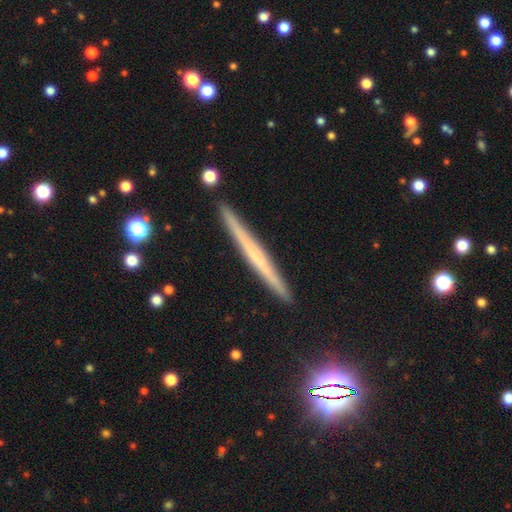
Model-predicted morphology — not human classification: smooth-or-featured: featured or disk: 53% | smooth: 38% | star or artifact: 9%
  disk-edge-on: yes: 97% | no: 3%
    edge-on-bulge: none: 80% | rounded: 14% | boxy: 5%
  merging: none: 91% | minor disturbance: 6% | merger: 1% | major disturbance: 1%